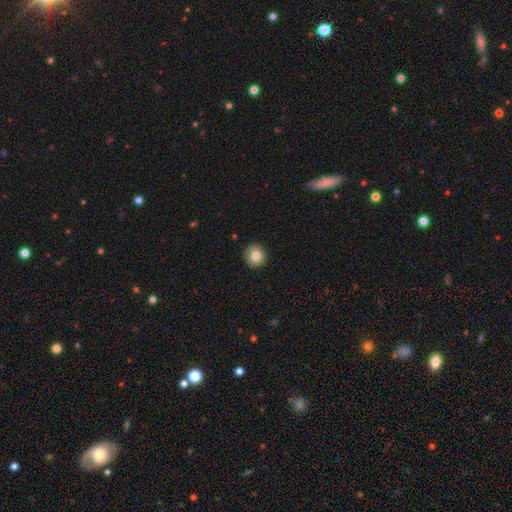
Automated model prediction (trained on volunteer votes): Smooth or featured? smooth (81%)
How rounded? round (94%)
Merging? none (92%)